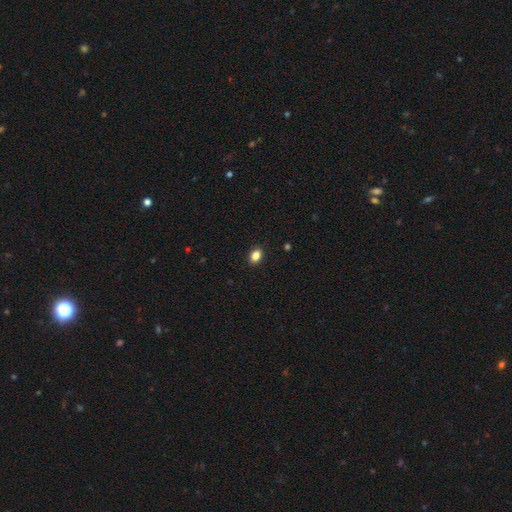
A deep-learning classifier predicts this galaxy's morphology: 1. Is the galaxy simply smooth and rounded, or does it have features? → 85% smooth, 10% star or artifact, 5% featured or disk.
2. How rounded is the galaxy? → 73% in between, 26% round, 1% cigar-shaped.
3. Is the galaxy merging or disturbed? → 90% none, 8% minor disturbance, 2% major disturbance, 1% merger.